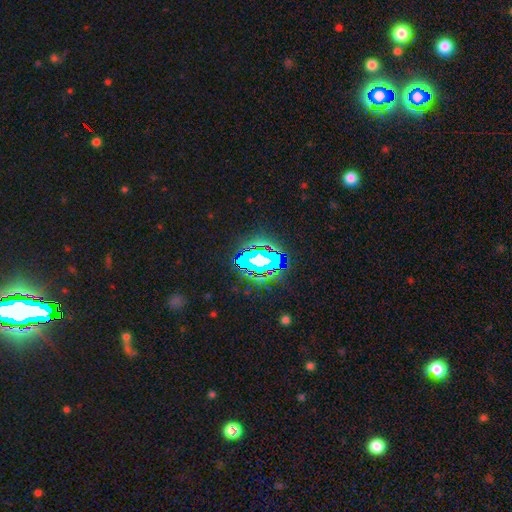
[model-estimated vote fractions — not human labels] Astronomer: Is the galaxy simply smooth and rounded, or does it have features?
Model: star or artifact — 70%.